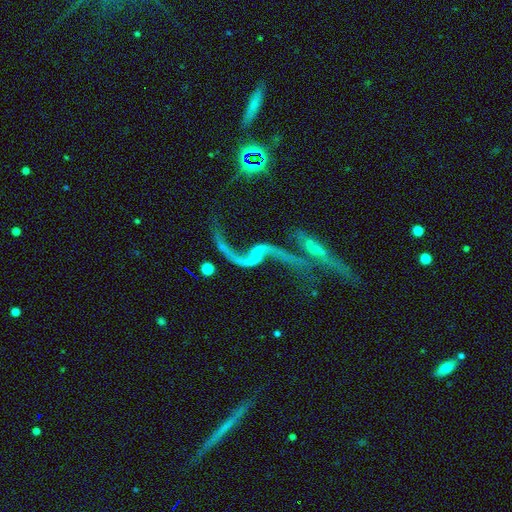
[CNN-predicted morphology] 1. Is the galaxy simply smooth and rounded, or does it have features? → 85% featured or disk, 8% star or artifact, 6% smooth.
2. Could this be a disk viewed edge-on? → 95% no, 5% yes.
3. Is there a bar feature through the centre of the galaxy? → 46% no, 35% weak, 20% strong.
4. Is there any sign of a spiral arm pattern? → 91% yes, 9% no.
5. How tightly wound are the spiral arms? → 95% loose, 4% medium, 2% tight.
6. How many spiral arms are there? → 91% 2, 4% 1, 2% can't tell, 1% 3, 1% 4, 1% more than 4.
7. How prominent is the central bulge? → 55% none, 30% small, 10% moderate, 3% large, 2% dominant.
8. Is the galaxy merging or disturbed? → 36% none, 28% merger, 22% major disturbance, 14% minor disturbance.